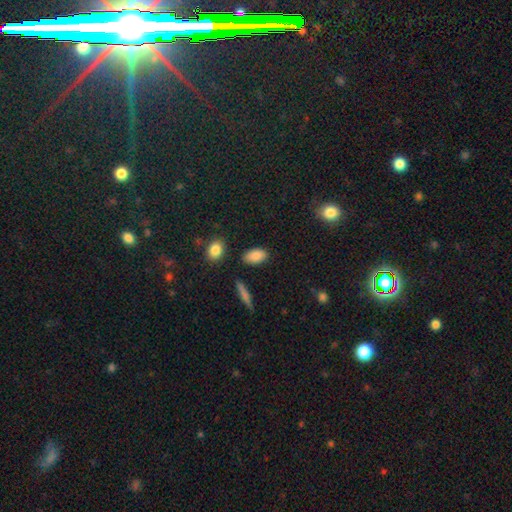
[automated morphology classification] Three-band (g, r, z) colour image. It shows a smooth galaxy with no disk features (87%) that is in between round and cigar-shaped (91%). Merging: none (84%).